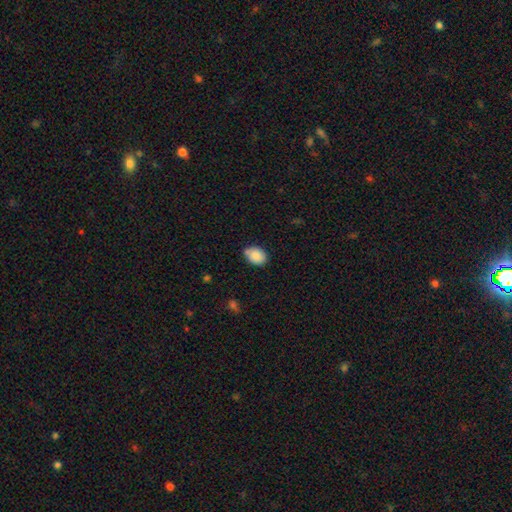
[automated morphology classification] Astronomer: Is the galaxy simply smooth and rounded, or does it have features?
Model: smooth — 87%.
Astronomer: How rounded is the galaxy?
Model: in between — 67%.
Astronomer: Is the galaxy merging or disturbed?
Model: none — 67%.